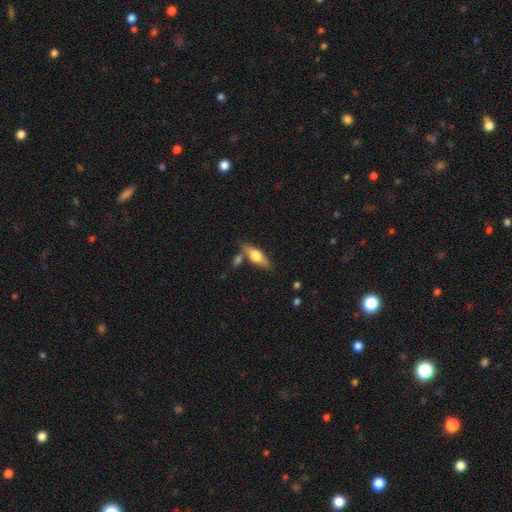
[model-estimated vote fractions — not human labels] A smooth galaxy with no disk features (55%) that is in between round and cigar-shaped (57%). Merging: none (67%).